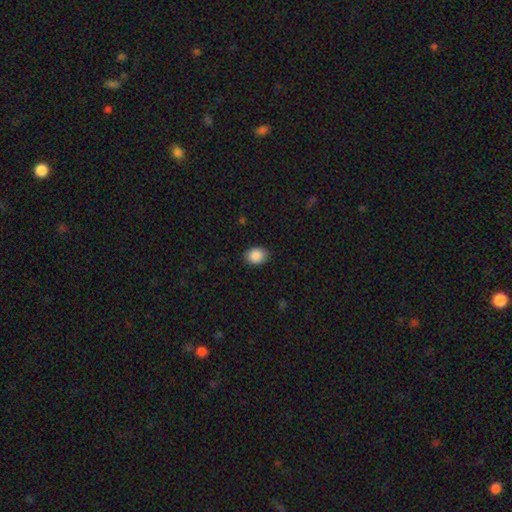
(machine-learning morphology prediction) type=smooth (89%); roundness=in between (54%); merging=none (87%).